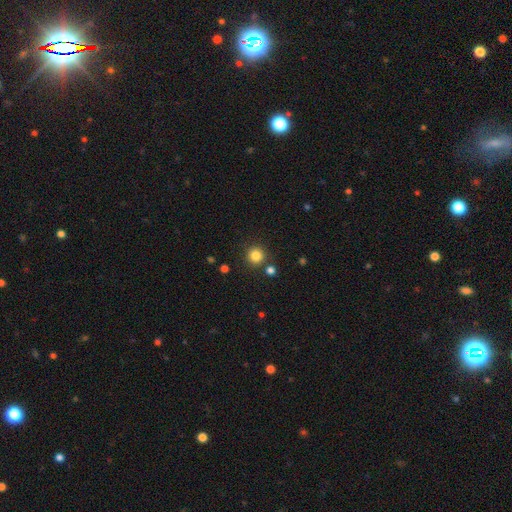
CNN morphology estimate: Overall: smooth (83%). How rounded: round (94%). Merging: none (84%).